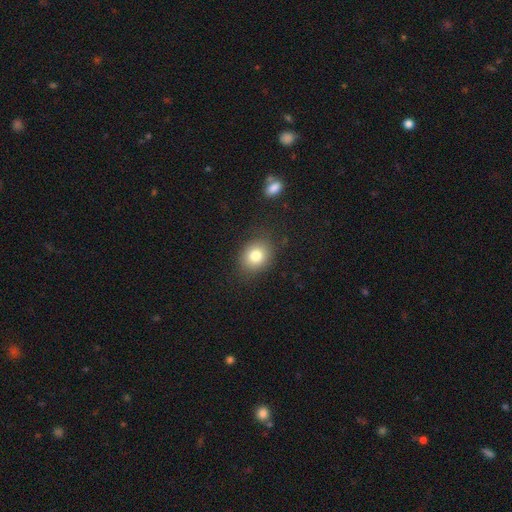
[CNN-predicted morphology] Overall: smooth (80%). How rounded: round (61%; in between 38%). Merging: none (84%).